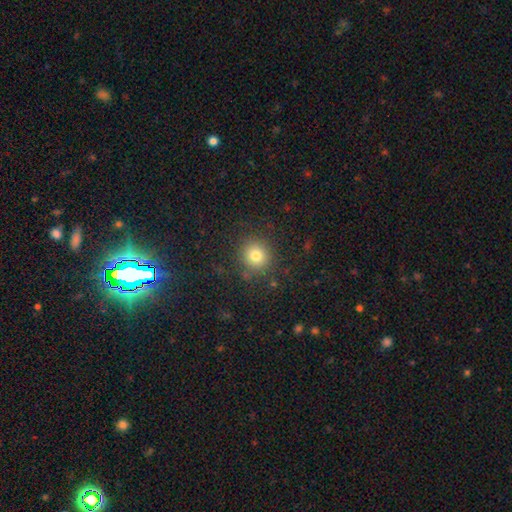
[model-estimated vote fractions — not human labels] This is likely a smooth galaxy (79%). How rounded: clearly round (89%). Merging: clearly none (86%).